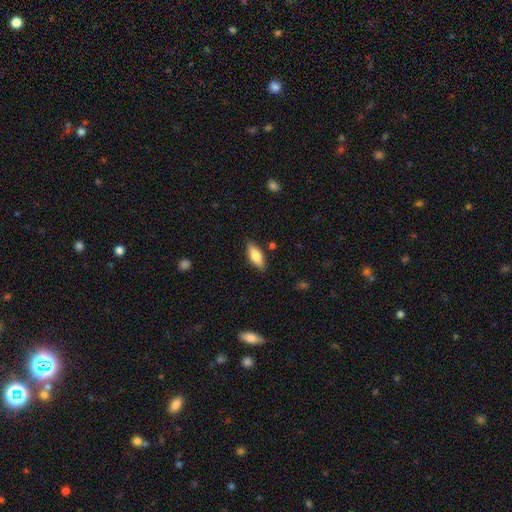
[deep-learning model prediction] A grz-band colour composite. It shows a smooth galaxy with no disk features (72%) that is in between round and cigar-shaped (72%). Merging: none (84%).